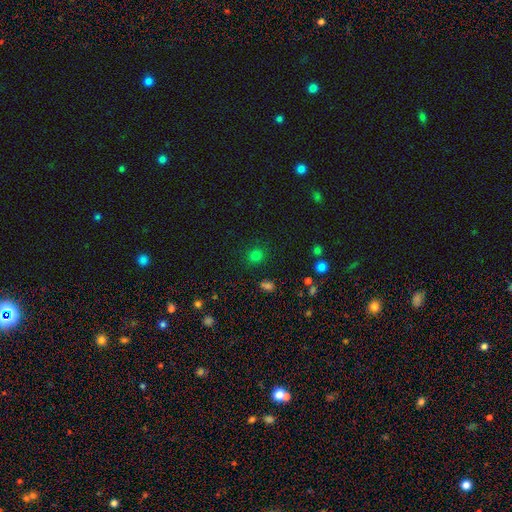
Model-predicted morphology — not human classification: smooth-or-featured: smooth: 75% | star or artifact: 20% | featured or disk: 5%
  how-rounded: round: 87% | in between: 12% | cigar-shaped: 1%
  merging: none: 87% | minor disturbance: 8% | major disturbance: 3% | merger: 2%